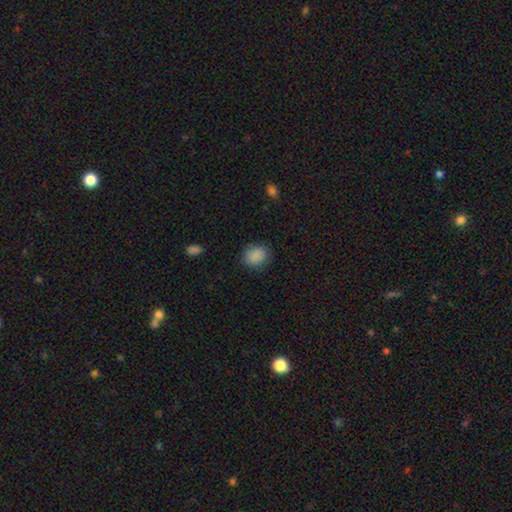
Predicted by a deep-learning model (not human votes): smooth 88%, star or artifact 9%, featured or disk 4%. Down the decision tree: how rounded — round (65%); merging — none (85%).